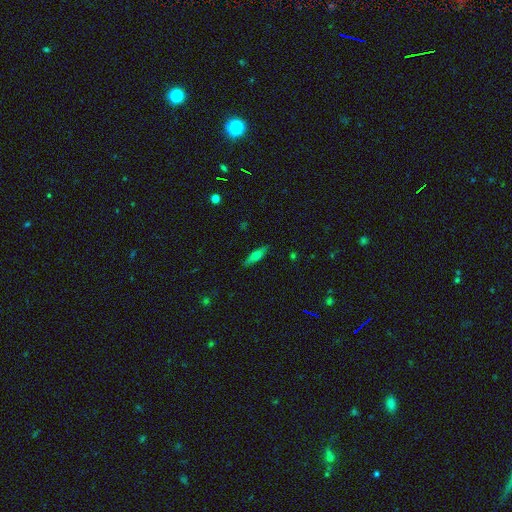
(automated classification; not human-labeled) This is possibly a smooth galaxy (50%). How rounded: likely cigar-shaped (66%). Merging: clearly none (88%).